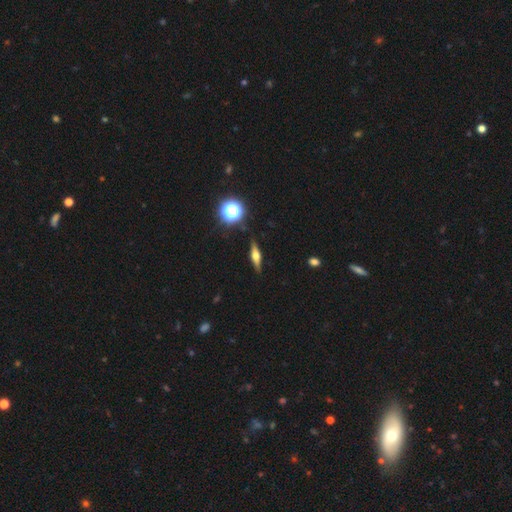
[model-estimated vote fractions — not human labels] Morphology: type=featured or disk (58%); edge-on=yes (94%); edge-on bulge=rounded (93%); merging=none (87%).